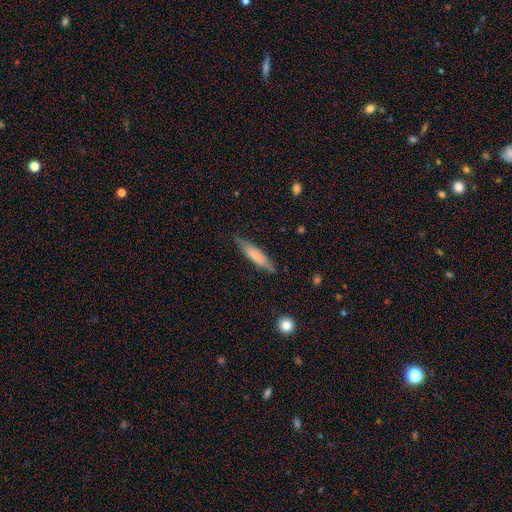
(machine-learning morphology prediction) Smooth or featured: smooth — 67% (featured or disk — 27%)
How rounded: cigar-shaped — 80% (in between — 19%)
Merging: none — 79% (minor disturbance — 16%)